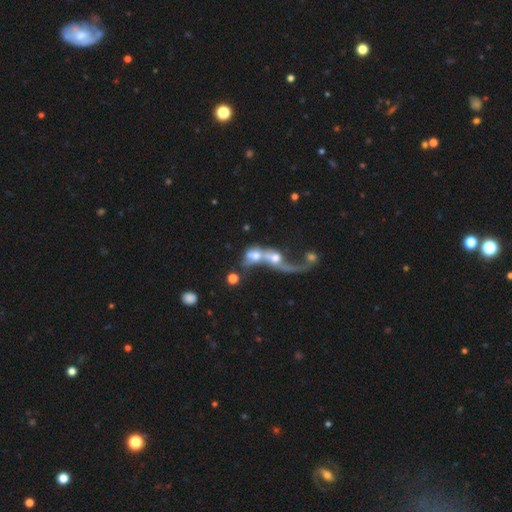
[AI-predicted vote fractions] Smooth or featured?
  - featured or disk: 47% *
  - smooth: 41%
  - star or artifact: 11%
Merging?
  - merger: 81% *
  - major disturbance: 10%
  - none: 7%
  - minor disturbance: 3%